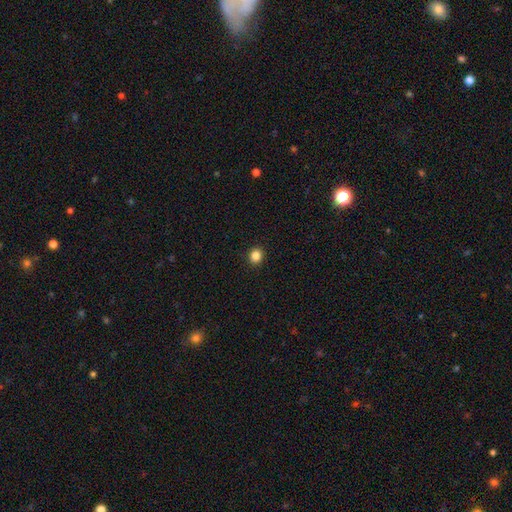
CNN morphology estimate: A smooth galaxy with no disk features (85%) that is round (84%).

Vote fractions:
- Smooth or featured? smooth: 85% / star or artifact: 11% / featured or disk: 4%
- How rounded? round: 84% / in between: 15% / cigar-shaped: 1%
- Merging? none: 93% / minor disturbance: 5% / major disturbance: 2% / merger: 1%